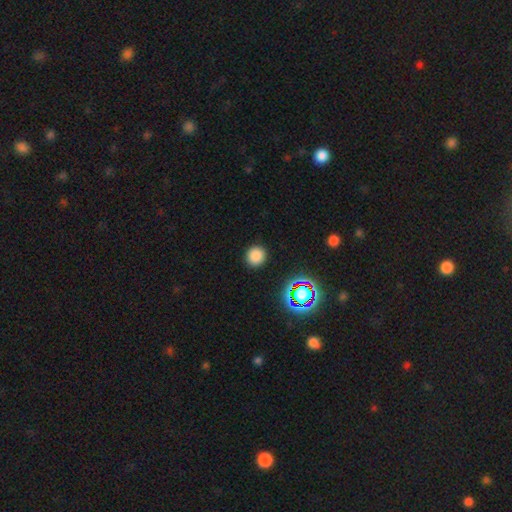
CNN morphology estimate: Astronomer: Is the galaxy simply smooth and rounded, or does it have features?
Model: smooth — 81%.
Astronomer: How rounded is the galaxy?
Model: round — 91%.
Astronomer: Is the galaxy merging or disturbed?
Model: none — 91%.